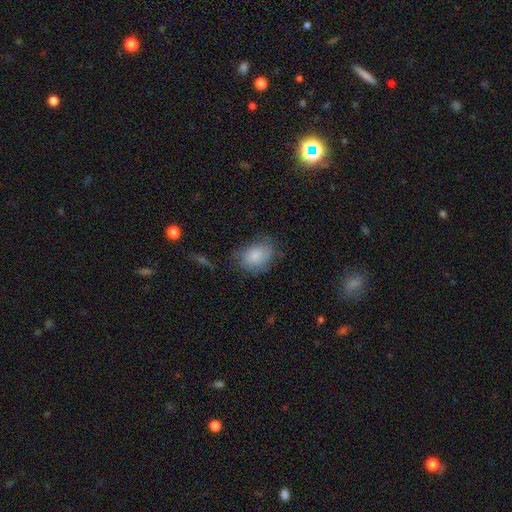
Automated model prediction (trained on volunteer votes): smooth_or_featured: smooth (p=0.80) [alt: featured or disk p=0.12]
how_rounded: in between (p=0.68) [alt: round p=0.31]
merging: none (p=0.59) [alt: minor disturbance p=0.28]